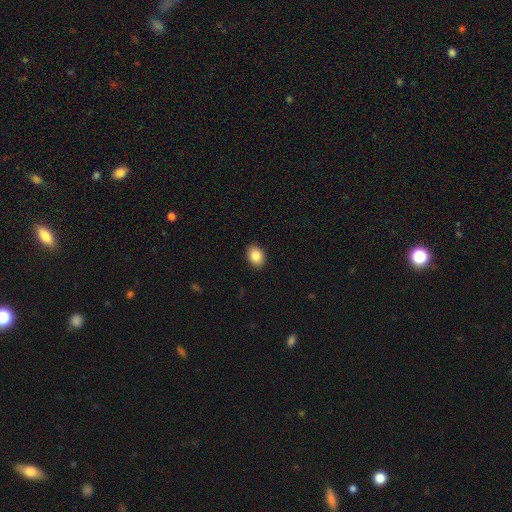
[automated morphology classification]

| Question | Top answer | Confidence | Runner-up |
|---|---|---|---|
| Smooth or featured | smooth | 86% | star or artifact (8%) |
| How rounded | in between | 73% | round (26%) |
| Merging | none | 90% | minor disturbance (7%) |